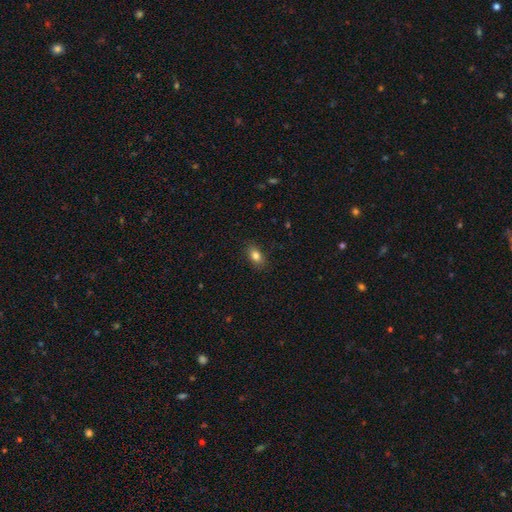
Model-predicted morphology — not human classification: smooth 83%, star or artifact 9%, featured or disk 8%. Down the decision tree: how rounded — in between (86%); merging — none (86%).